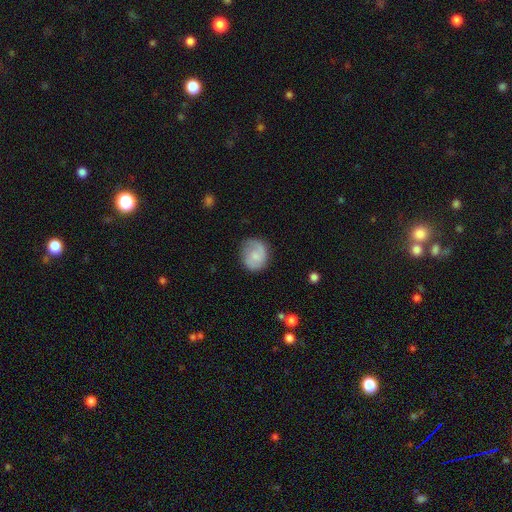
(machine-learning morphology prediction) Smooth or featured? Predicted: smooth (p=0.52). How rounded? Predicted: round (p=0.73). Merging? Predicted: none (p=0.66).